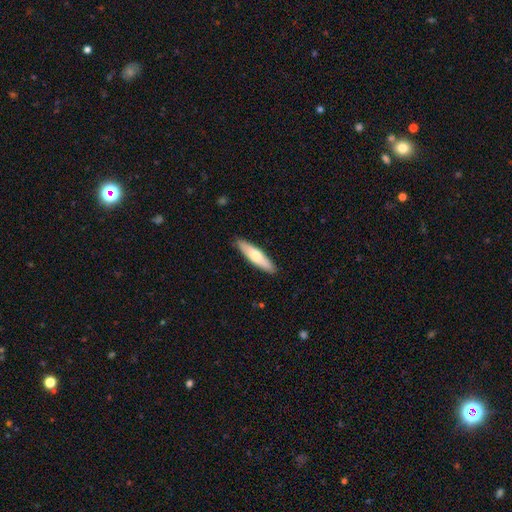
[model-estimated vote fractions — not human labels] This appears to be a smooth galaxy with no disk features (61%) that is cigar-shaped (76%). Merging: none (90%).